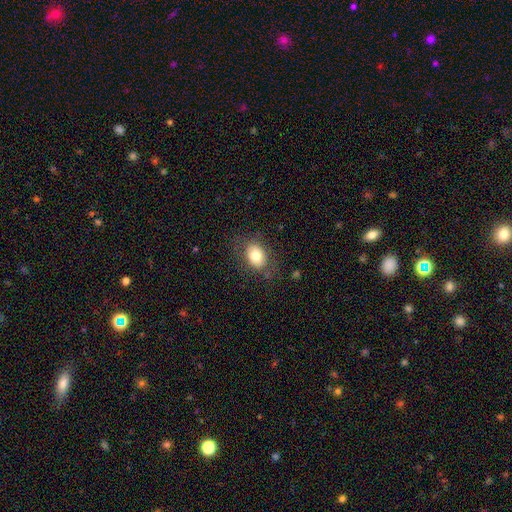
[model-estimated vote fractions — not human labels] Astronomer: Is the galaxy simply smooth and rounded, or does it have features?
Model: smooth — 79%.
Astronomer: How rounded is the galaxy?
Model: in between — 69%.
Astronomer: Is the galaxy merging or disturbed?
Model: none — 80%.